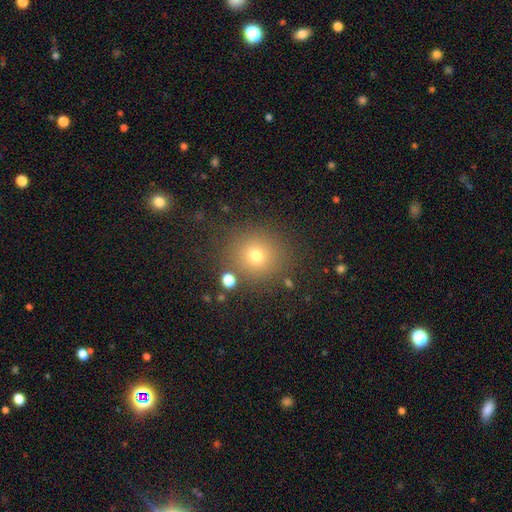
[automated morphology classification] Q: Smooth or featured?
A: smooth (71%); runner-up: star or artifact (19%)
Q: How rounded?
A: round (91%); runner-up: in between (8%)
Q: Merging?
A: none (83%); runner-up: minor disturbance (9%)